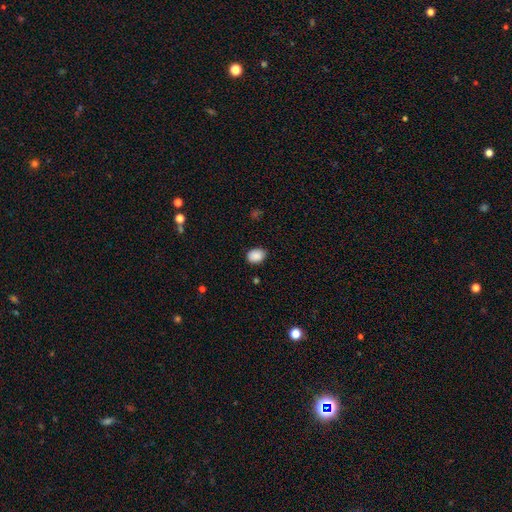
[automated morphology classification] type=smooth (89%); roundness=in between (69%); merging=none (85%).